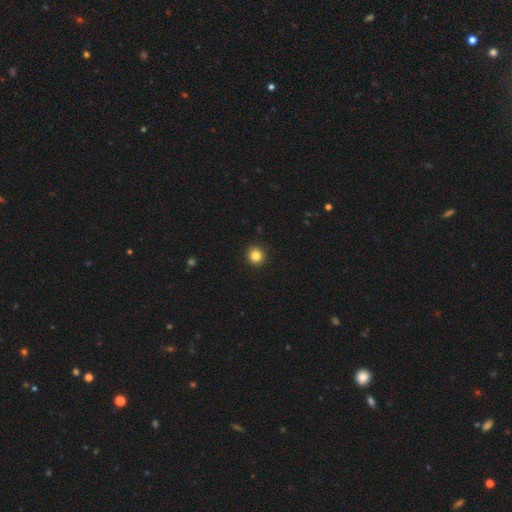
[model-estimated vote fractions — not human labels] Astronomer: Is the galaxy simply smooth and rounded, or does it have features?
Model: smooth — 84%.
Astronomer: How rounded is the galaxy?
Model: round — 93%.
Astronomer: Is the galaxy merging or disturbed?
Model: none — 94%.